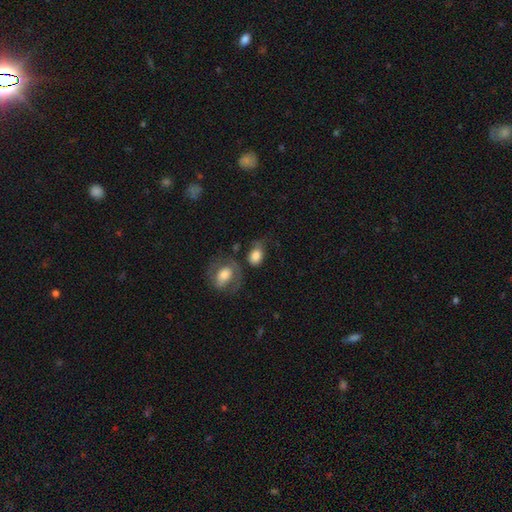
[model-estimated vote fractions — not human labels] Q: Smooth or featured?
A: smooth (79%); runner-up: featured or disk (13%)
Q: How rounded?
A: in between (72%); runner-up: round (26%)
Q: Merging?
A: none (44%); runner-up: minor disturbance (26%)